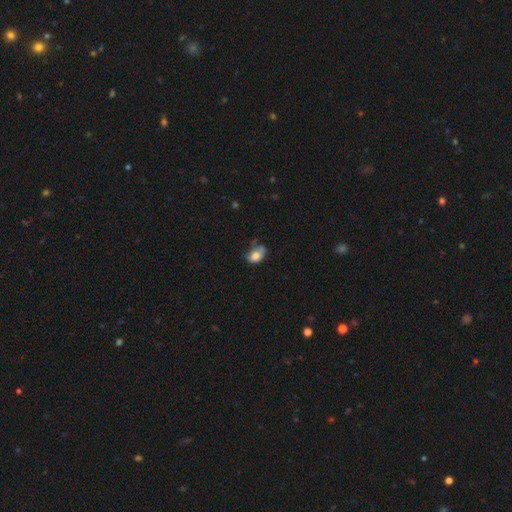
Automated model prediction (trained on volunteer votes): Smooth or featured: smooth — 74% (featured or disk — 17%)
How rounded: in between — 81% (round — 18%)
Merging: minor disturbance — 38% (none — 36%)